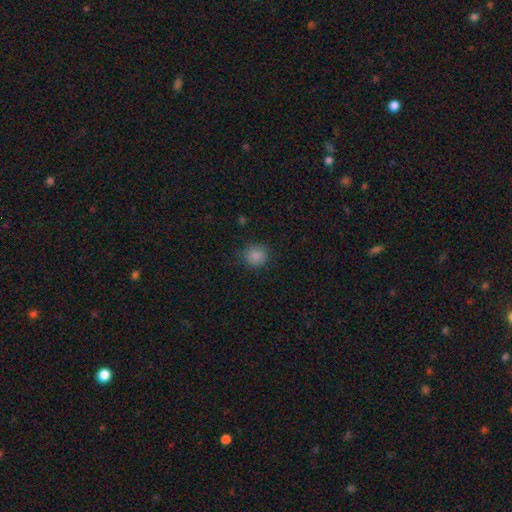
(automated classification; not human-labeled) Smooth or featured? smooth (86%)
How rounded? round (86%)
Merging? none (84%)